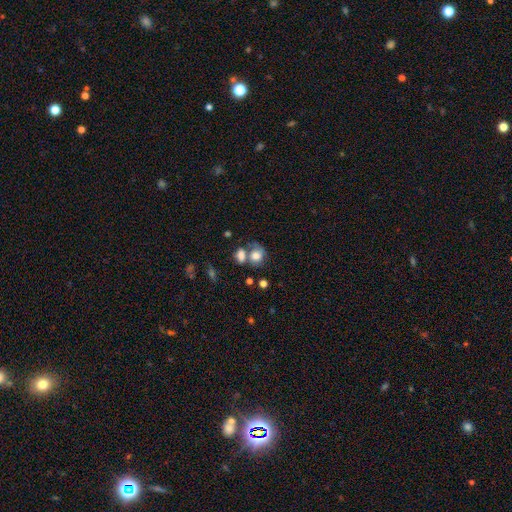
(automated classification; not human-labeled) The model was most divided on "how rounded": round: 52%, in between: 47%, cigar-shaped: 1%. Remaining: smooth or featured — smooth (73%); merging — merger (47%).